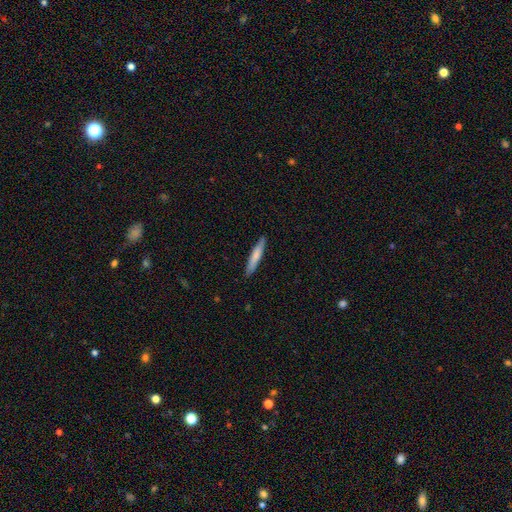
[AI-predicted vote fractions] Smooth or featured: smooth — 73% (featured or disk — 22%)
How rounded: cigar-shaped — 91% (in between — 8%)
Merging: none — 89% (minor disturbance — 8%)